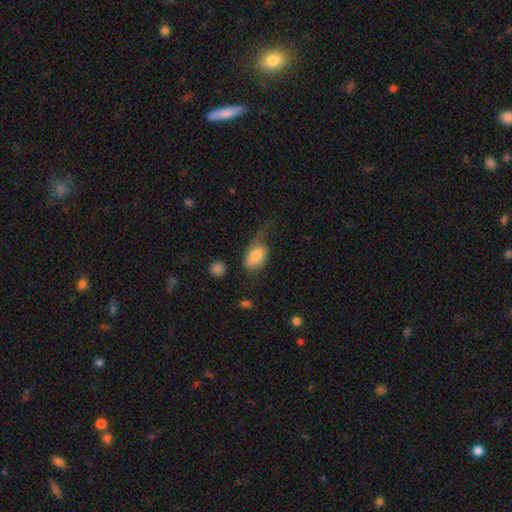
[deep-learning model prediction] smooth_or_featured: smooth (p=0.77) [alt: featured or disk p=0.17]
how_rounded: in between (p=0.89) [alt: round p=0.08]
merging: none (p=0.33) [tied with: major disturbance p=0.33]